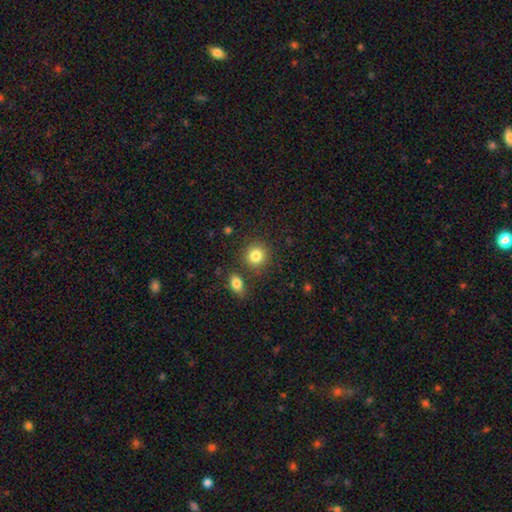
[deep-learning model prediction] This is clearly a smooth galaxy (84%). How rounded: clearly round (86%). Merging: clearly none (81%).